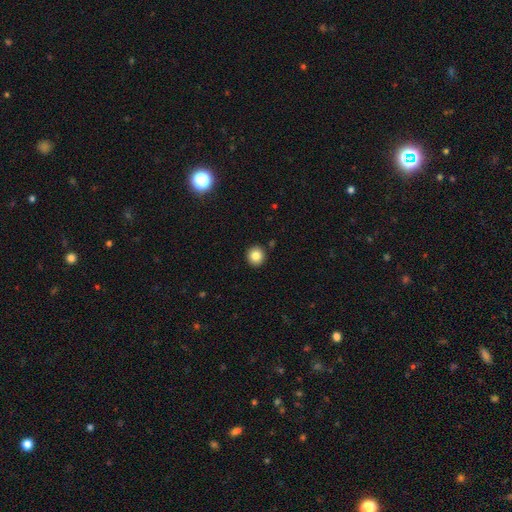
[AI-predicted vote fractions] Smooth or featured?
  - smooth: 84% *
  - star or artifact: 10%
  - featured or disk: 6%
How rounded?
  - round: 93% *
  - in between: 6%
  - cigar-shaped: 1%
Merging?
  - none: 92% *
  - minor disturbance: 5%
  - merger: 2%
  - major disturbance: 2%